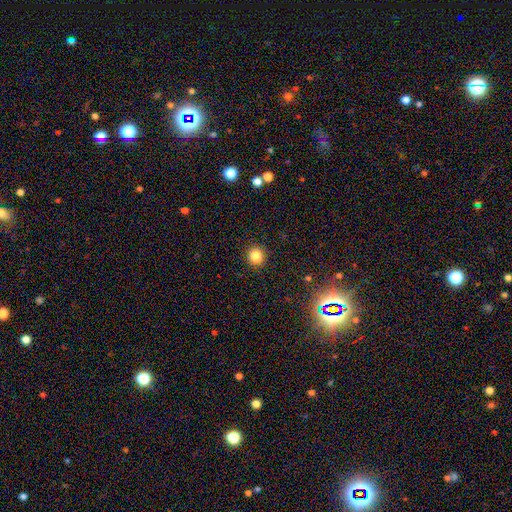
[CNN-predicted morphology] A smooth galaxy with no disk features (81%) that is round (91%). Merging: none (90%).